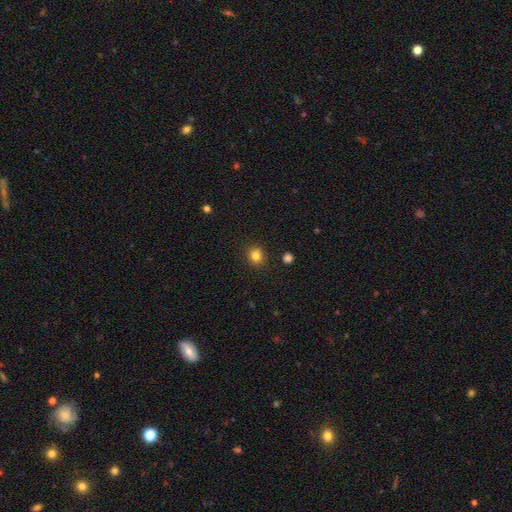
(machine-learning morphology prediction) Q: Smooth or featured?
A: smooth (82%); runner-up: star or artifact (12%)
Q: How rounded?
A: round (81%); runner-up: in between (18%)
Q: Merging?
A: none (89%); runner-up: minor disturbance (7%)